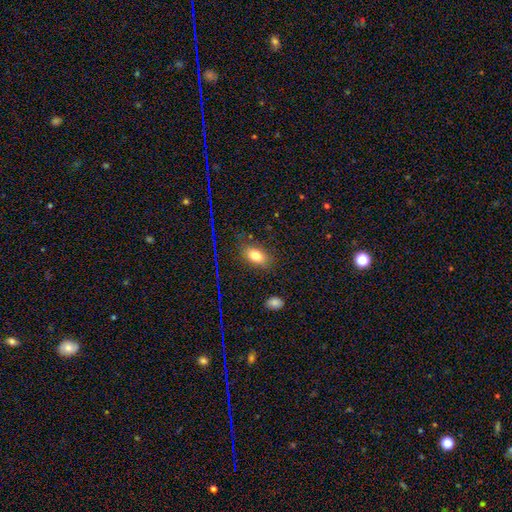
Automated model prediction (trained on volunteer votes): The model was most divided on "smooth or featured": smooth: 75%, star or artifact: 14%, featured or disk: 11%. More confident: how rounded — in between (85%); merging — none (80%).